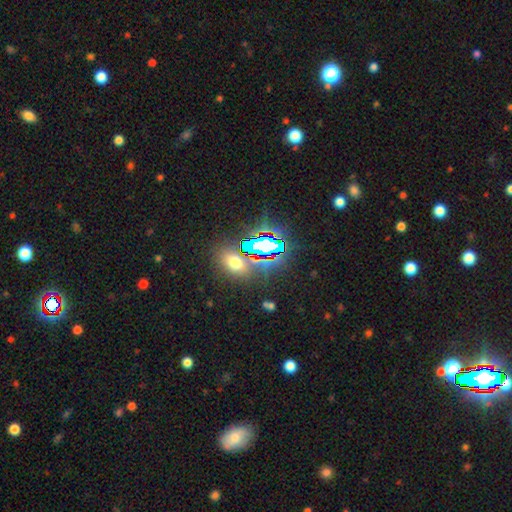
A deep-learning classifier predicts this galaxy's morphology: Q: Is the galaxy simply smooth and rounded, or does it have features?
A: star or artifact — 72%.